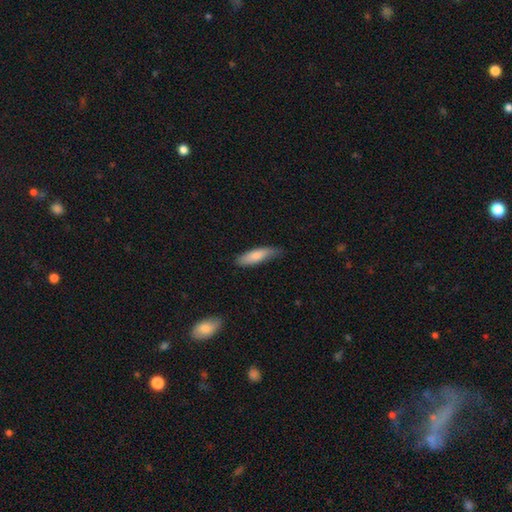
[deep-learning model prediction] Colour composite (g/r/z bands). It shows a smooth galaxy with no disk features (80%) that is cigar-shaped (59%). Merging: none (70%).